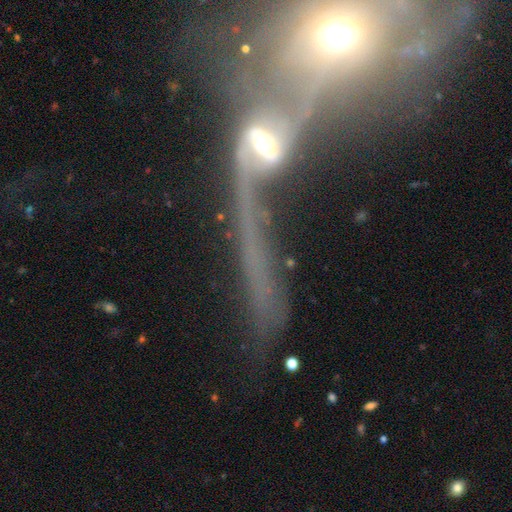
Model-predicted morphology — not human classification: Smooth or featured? Predicted: featured or disk (p=0.72). Edge-on disk? Predicted: no (p=0.75). Bar? Predicted: no (p=0.41). Spiral arms? Predicted: yes (p=0.68). Bulge size? Predicted: moderate (p=0.52). Merging? Predicted: merger (p=0.36).